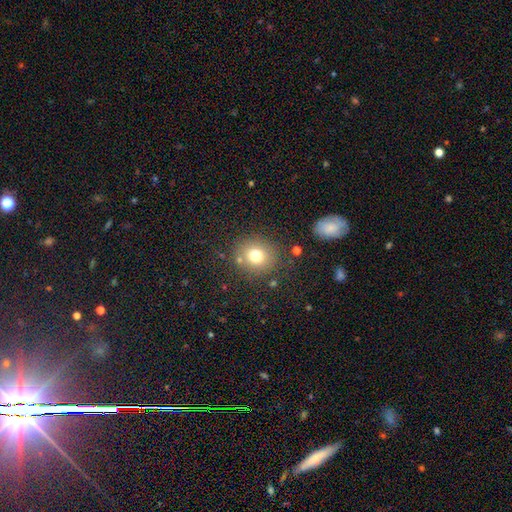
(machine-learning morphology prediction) Overall: smooth (75%). How rounded: round (86%). Merging: none (81%).